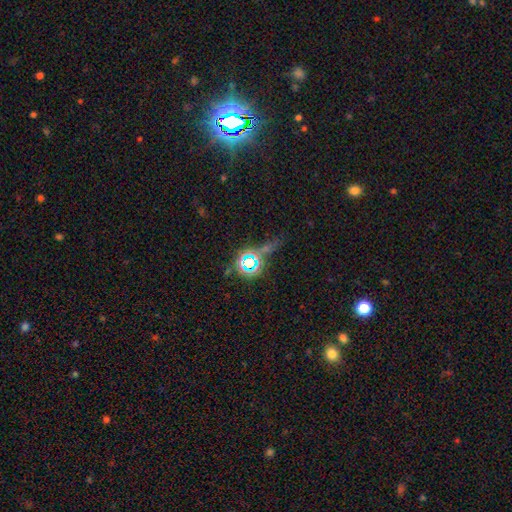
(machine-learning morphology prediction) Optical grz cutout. It shows a star or artifact, not a galaxy (53%).